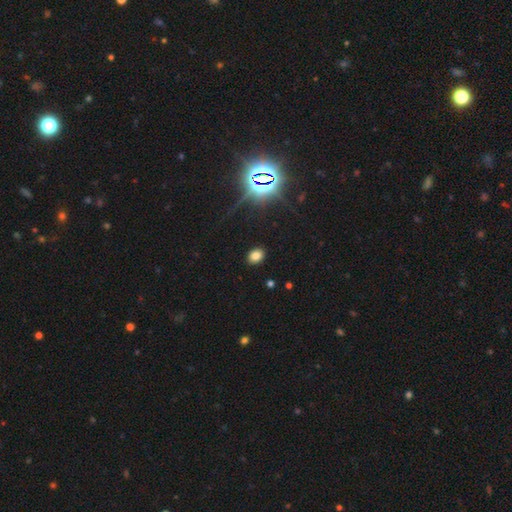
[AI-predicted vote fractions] The model was most divided on "how rounded": in between: 65%, round: 34%, cigar-shaped: 1%. More confident: merging — none (89%); smooth or featured — smooth (75%).